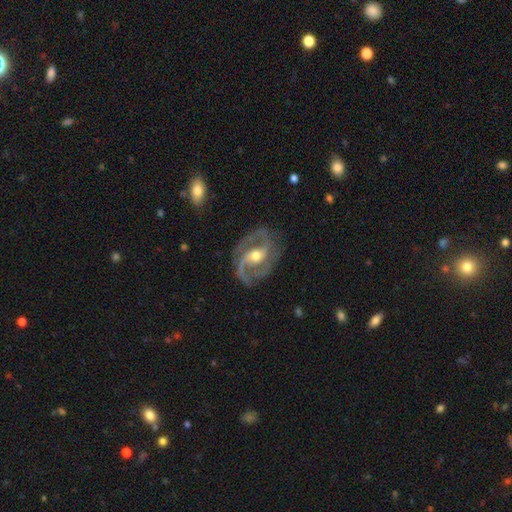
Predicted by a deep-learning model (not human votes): The model was most divided on "bar": weak: 42%, no: 33%, strong: 25%. More confident: edge-on disk — no (97%); spiral arms — yes (97%); smooth or featured — featured or disk (91%); spiral arm count — 2 (82%); merging — none (76%); bulge size — moderate (72%); spiral winding — medium (58%).